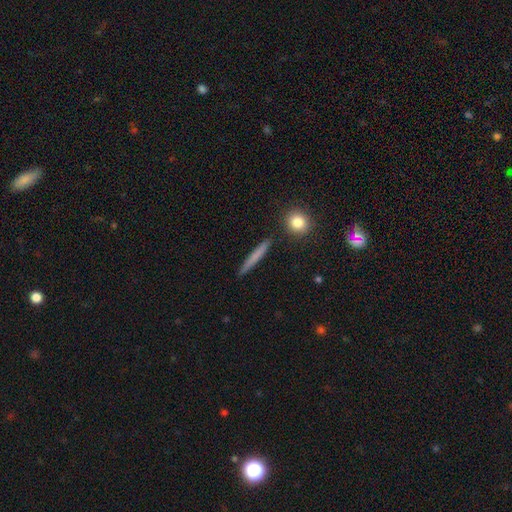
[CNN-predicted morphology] smooth-or-featured: smooth: 67% | featured or disk: 26% | star or artifact: 6%
  how-rounded: cigar-shaped: 94% | in between: 3% | round: 2%
  merging: none: 90% | minor disturbance: 7% | merger: 2% | major disturbance: 1%